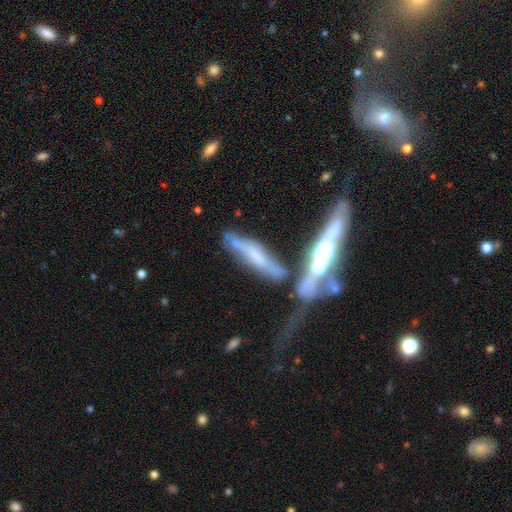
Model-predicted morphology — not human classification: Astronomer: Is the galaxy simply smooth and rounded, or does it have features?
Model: featured or disk — 62%.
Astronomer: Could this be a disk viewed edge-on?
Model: yes — 67%.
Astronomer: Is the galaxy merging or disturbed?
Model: merger — 47% (runner-up: none, 23%).